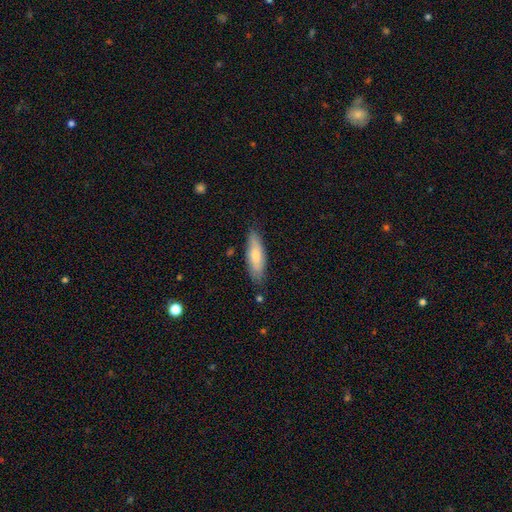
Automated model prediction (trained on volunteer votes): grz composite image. It shows a smooth galaxy with no disk features (70%) that is in between round and cigar-shaped (50%). Merging: none (78%).